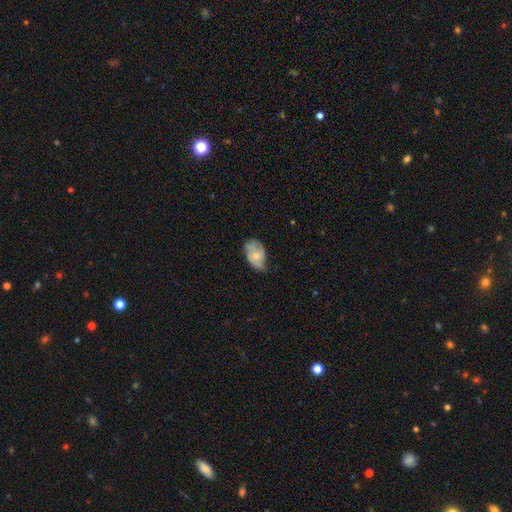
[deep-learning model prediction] This is possibly a smooth galaxy (52%). How rounded: clearly in between (87%). Merging: marginally none (44%).